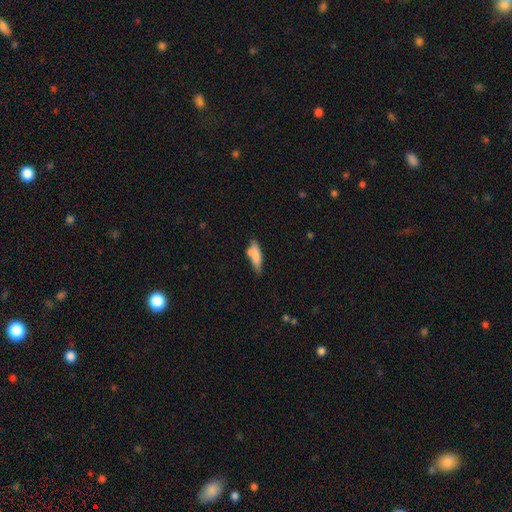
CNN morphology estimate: A smooth galaxy with no disk features (76%) that is cigar-shaped (59%).

Vote fractions:
- Smooth or featured? smooth: 76% / featured or disk: 18% / star or artifact: 7%
- How rounded? cigar-shaped: 59% / in between: 39% / round: 2%
- Merging? none: 57% / minor disturbance: 23% / merger: 14% / major disturbance: 6%